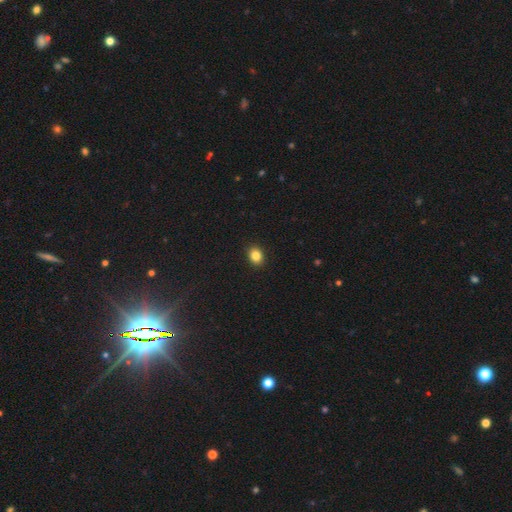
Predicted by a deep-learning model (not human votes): Overall: smooth (85%). How rounded: in between (56%; round 43%). Merging: none (90%).